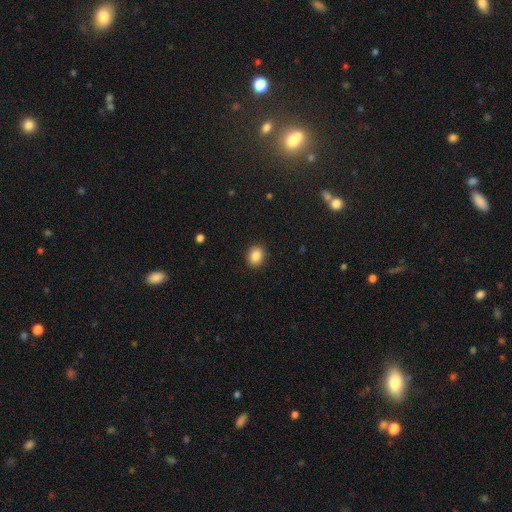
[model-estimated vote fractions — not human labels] This is clearly a smooth galaxy (86%). How rounded: possibly round (51%). Merging: clearly none (90%).